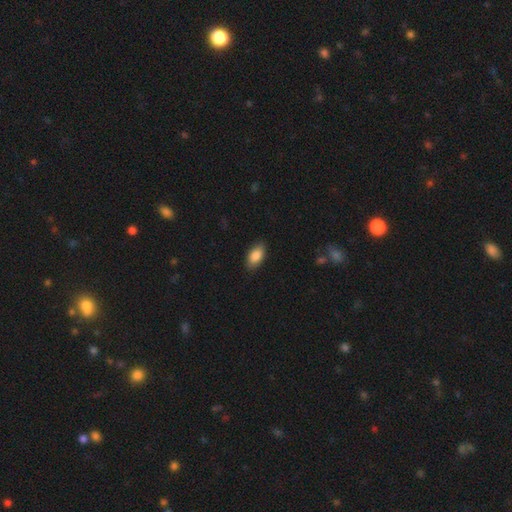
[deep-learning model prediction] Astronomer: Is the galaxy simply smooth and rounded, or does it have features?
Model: smooth — 86%.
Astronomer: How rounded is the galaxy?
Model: in between — 92%.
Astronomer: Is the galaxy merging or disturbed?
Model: none — 87%.